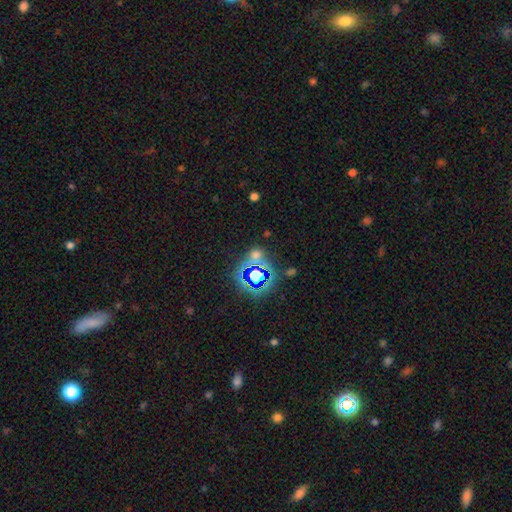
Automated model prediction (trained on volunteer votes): Smooth or featured: star or artifact — 60% (smooth — 32%)